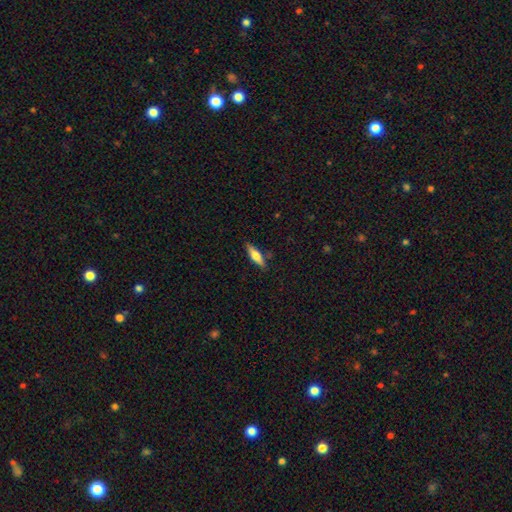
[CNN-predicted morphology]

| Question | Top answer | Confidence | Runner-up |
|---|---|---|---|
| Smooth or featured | smooth | 57% | featured or disk (37%) |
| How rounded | cigar-shaped | 58% | in between (40%) |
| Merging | none | 82% | minor disturbance (13%) |